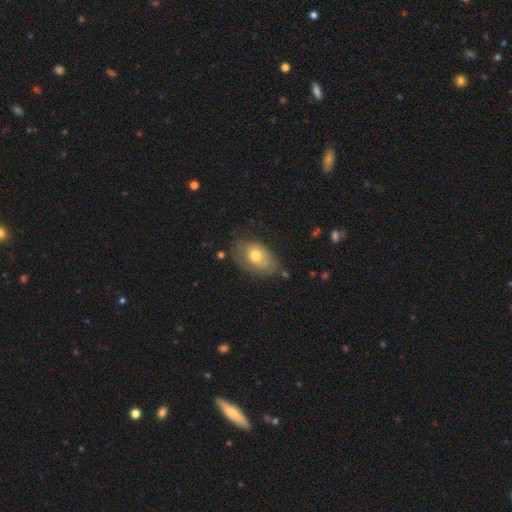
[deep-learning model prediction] Smooth or featured? smooth (64%)
How rounded? in between (88%)
Merging? none (63%)